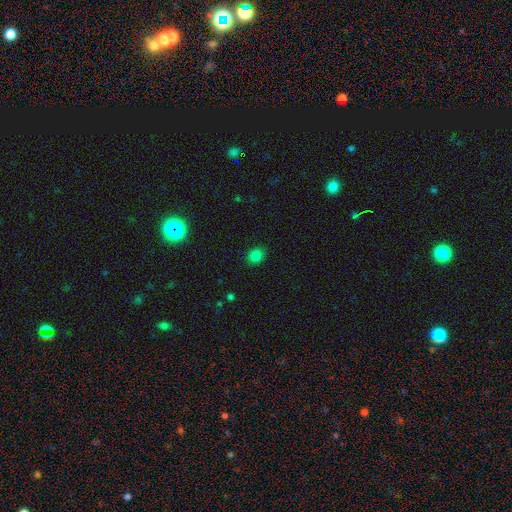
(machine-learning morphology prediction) type=smooth (81%); roundness=round (71%); merging=none (89%).